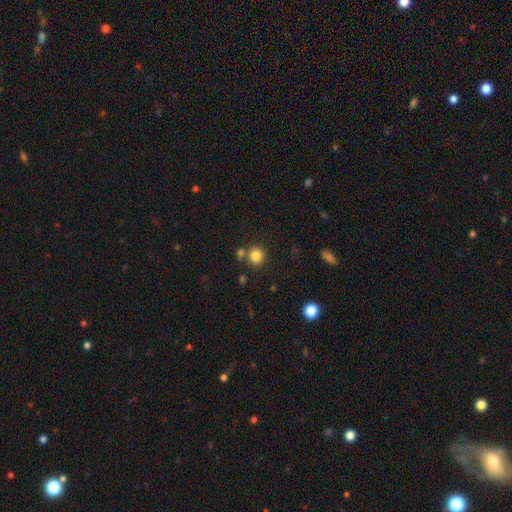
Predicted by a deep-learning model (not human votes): Morphology: type=smooth (82%); roundness=round (92%); merging=none (75%).